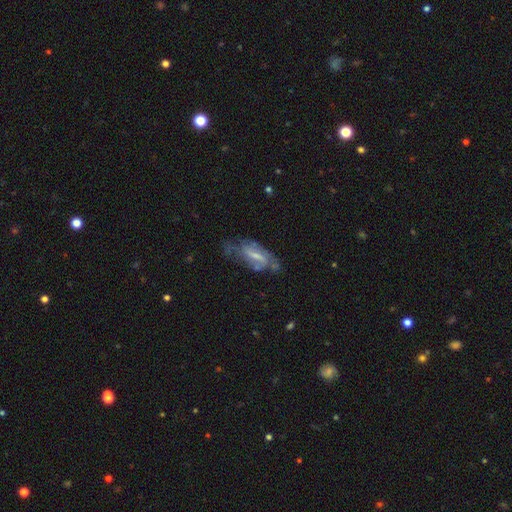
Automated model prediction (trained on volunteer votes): featured or disk 64%, smooth 29%, star or artifact 7%. Down the decision tree: edge-on disk — no (90%); bar — weak (47%); spiral arms — yes (75%); bulge size — small (41%); merging — none (42%).